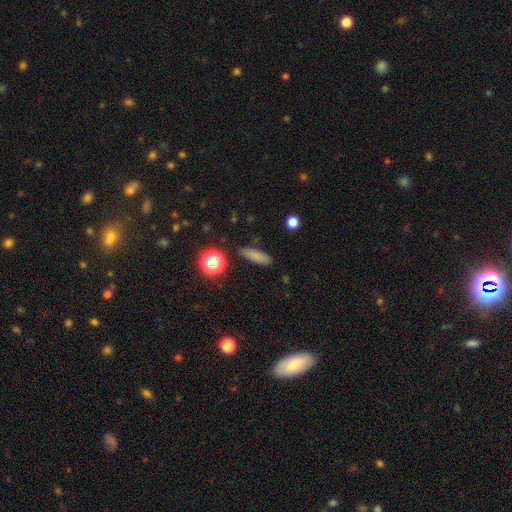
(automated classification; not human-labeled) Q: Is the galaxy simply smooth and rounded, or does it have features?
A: smooth — 79%.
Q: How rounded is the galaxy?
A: cigar-shaped — 56%.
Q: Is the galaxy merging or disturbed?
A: none — 86%.